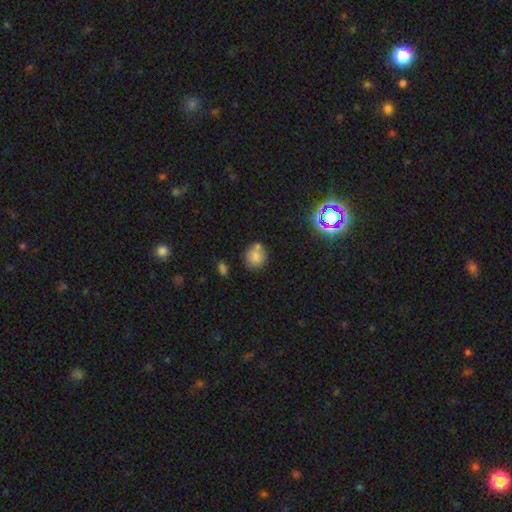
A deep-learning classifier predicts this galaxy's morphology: This is likely a smooth galaxy (76%). How rounded: clearly round (81%). Merging: likely none (63%).